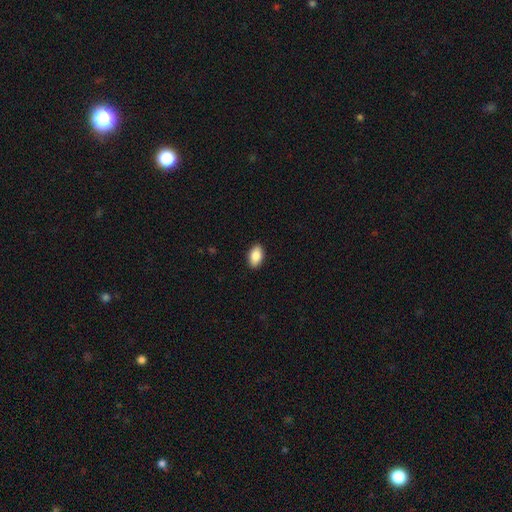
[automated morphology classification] smooth_or_featured: smooth (p=0.87) [alt: star or artifact p=0.07]
how_rounded: in between (p=0.92) [alt: round p=0.06]
merging: none (p=0.90) [alt: minor disturbance p=0.07]